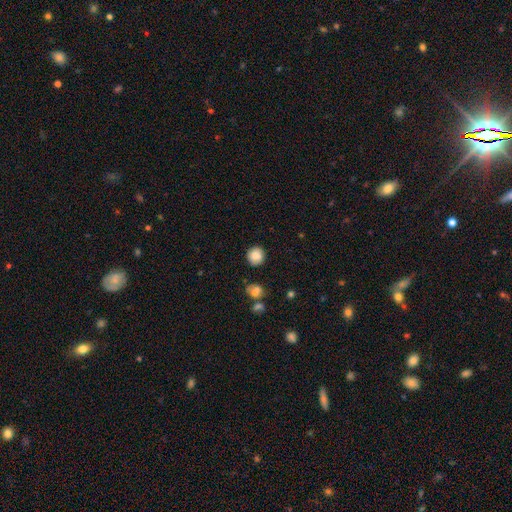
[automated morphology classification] type=smooth (85%); roundness=round (89%); merging=none (84%).